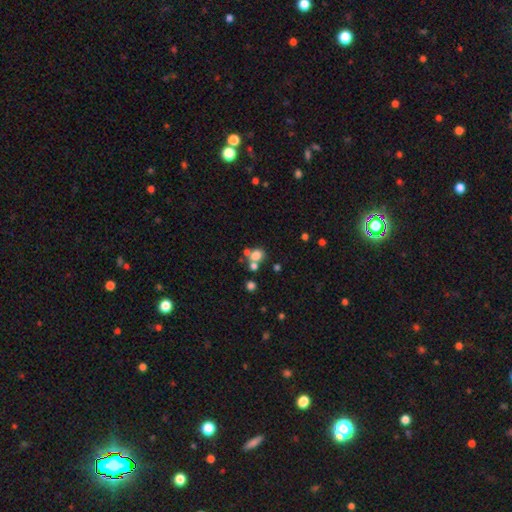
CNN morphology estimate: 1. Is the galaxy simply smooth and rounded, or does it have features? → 73% smooth, 15% star or artifact, 12% featured or disk.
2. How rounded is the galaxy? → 66% round, 33% in between, 1% cigar-shaped.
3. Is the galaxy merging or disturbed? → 45% none, 38% merger, 10% minor disturbance, 6% major disturbance.